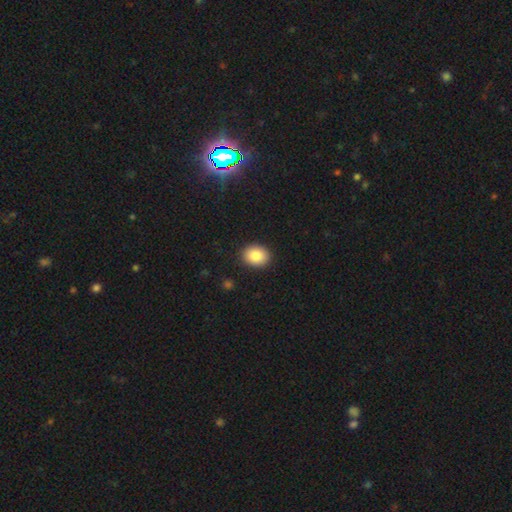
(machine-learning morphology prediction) Smooth or featured? Predicted: smooth (p=0.86). How rounded? Predicted: round (p=0.53). Merging? Predicted: none (p=0.90).